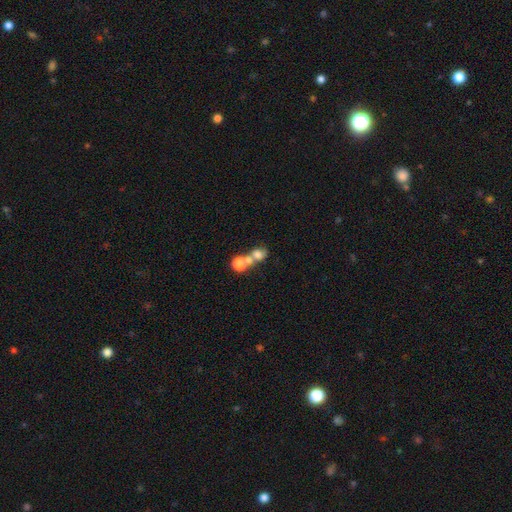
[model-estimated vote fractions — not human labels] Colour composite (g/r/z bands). It shows a smooth galaxy with no disk features (69%) that is round (62%). Merging: merger (63%).